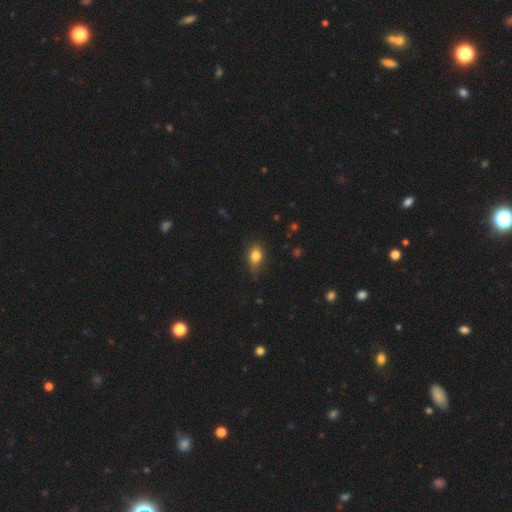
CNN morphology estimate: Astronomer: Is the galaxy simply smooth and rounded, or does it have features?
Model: smooth — 81%.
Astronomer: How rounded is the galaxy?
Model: in between — 72%.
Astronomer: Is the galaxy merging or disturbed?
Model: none — 66%.